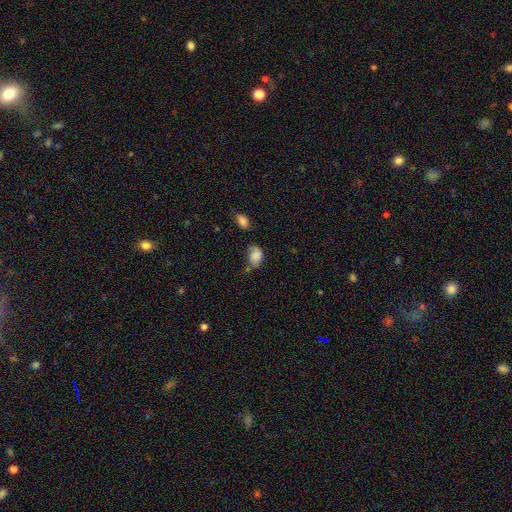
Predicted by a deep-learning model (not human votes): smooth 83%, star or artifact 9%, featured or disk 8%. Down the decision tree: how rounded — in between (67%); merging — none (41%).